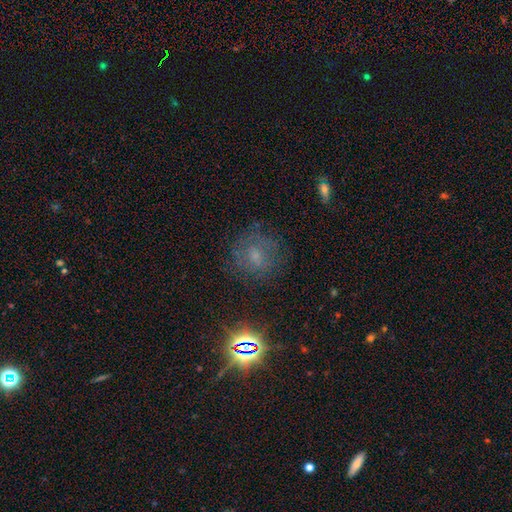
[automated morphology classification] smooth-or-featured: smooth: 46% | star or artifact: 29% | featured or disk: 24%
  merging: none: 73% | minor disturbance: 16% | major disturbance: 10% | merger: 2%